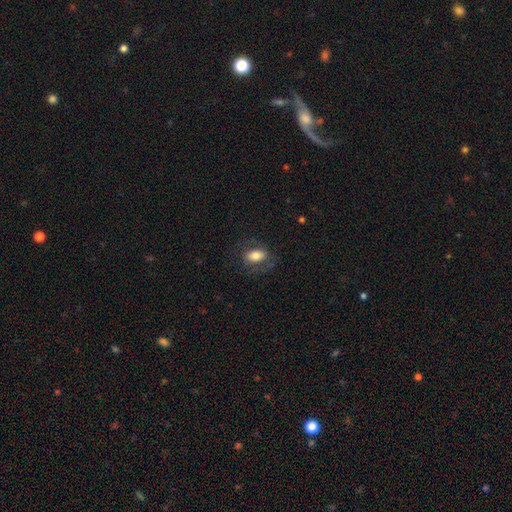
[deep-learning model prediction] smooth 72%, featured or disk 20%, star or artifact 8%. Down the decision tree: how rounded — in between (87%); merging — none (68%).